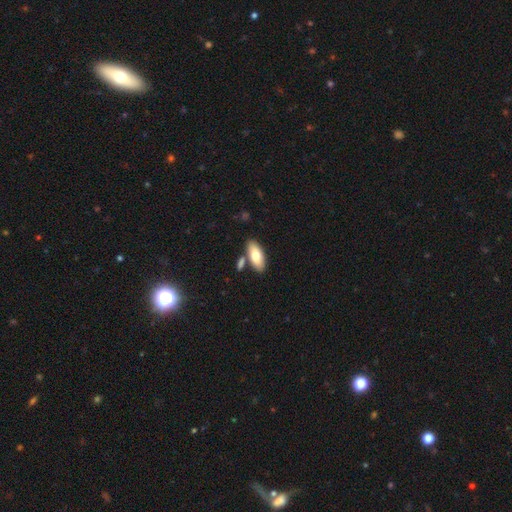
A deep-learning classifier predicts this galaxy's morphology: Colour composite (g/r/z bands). It shows a smooth galaxy with no disk features (76%) that is in between round and cigar-shaped (86%). Merging: none (73%).